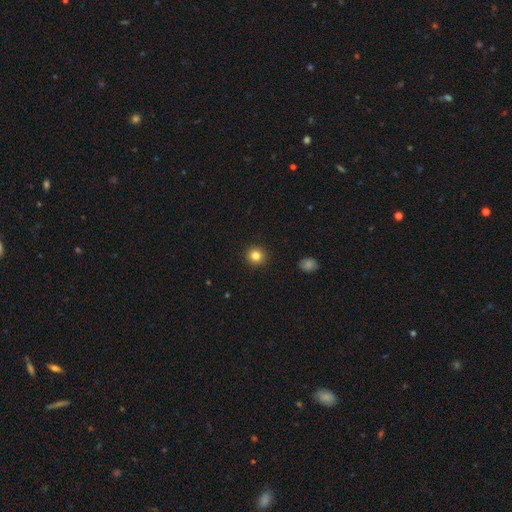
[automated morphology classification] smooth_or_featured: smooth (p=0.83) [alt: star or artifact p=0.12]
how_rounded: round (p=0.93) [alt: in between p=0.06]
merging: none (p=0.93) [alt: minor disturbance p=0.04]